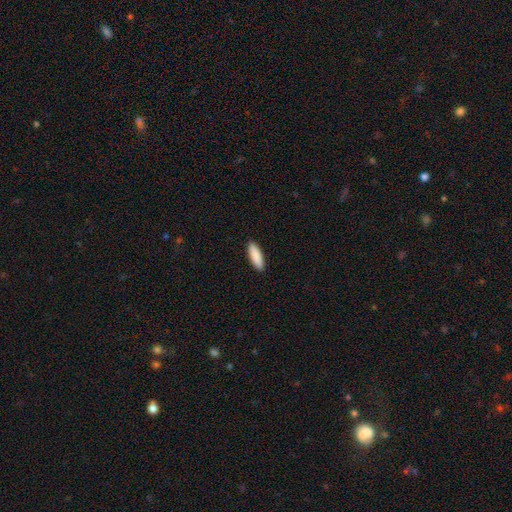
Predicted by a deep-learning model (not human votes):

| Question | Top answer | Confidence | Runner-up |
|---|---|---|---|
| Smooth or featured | smooth | 90% | star or artifact (5%) |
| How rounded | cigar-shaped | 51% | in between (48%) |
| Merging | none | 92% | minor disturbance (6%) |